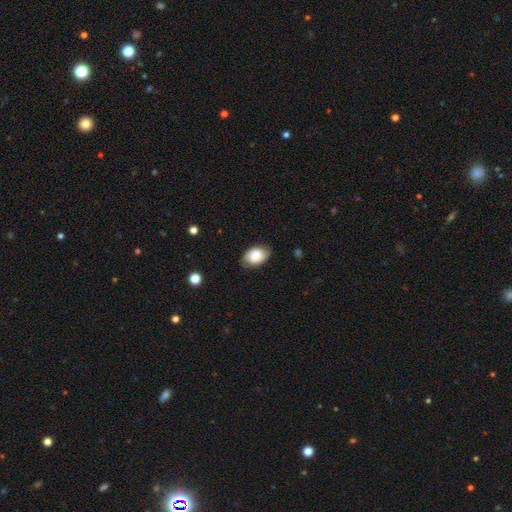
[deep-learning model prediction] Smooth or featured? smooth (78%)
How rounded? in between (89%)
Merging? none (80%)